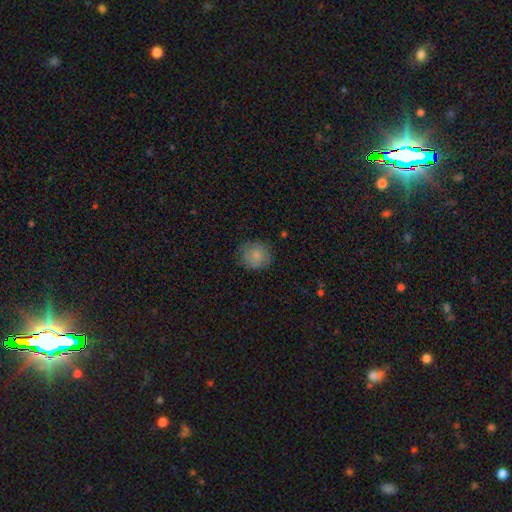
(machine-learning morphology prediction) This is clearly a smooth galaxy (80%). How rounded: clearly round (85%). Merging: likely none (79%).